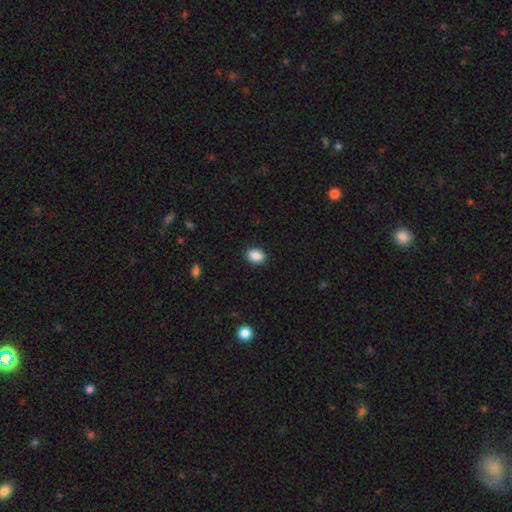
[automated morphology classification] type=smooth (89%); roundness=in between (76%); merging=none (90%).